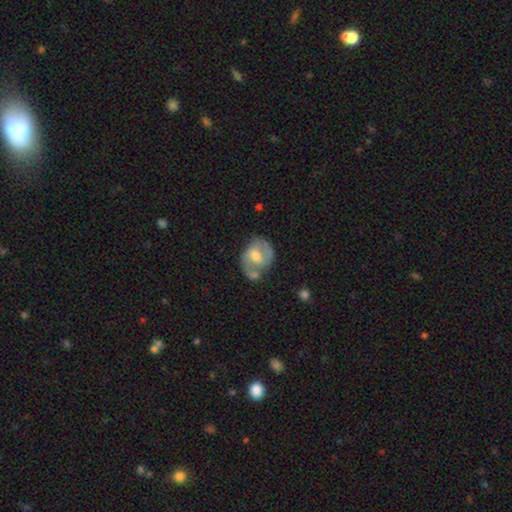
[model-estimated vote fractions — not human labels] The model was most divided on "bar": weak: 49%, no: 32%, strong: 19%. More confident: edge-on disk — no (96%); bulge size — moderate (69%); spiral arms — yes (68%); smooth or featured — featured or disk (61%); merging — none (51%).